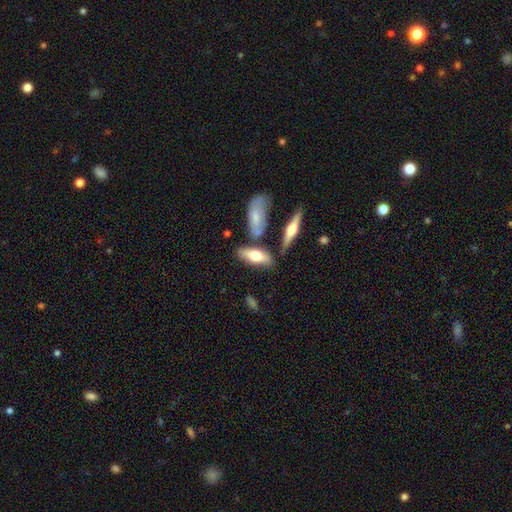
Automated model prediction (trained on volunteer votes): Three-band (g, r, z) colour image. It shows a smooth galaxy with no disk features (60%) that is in between round and cigar-shaped (67%). Merging: none (65%).